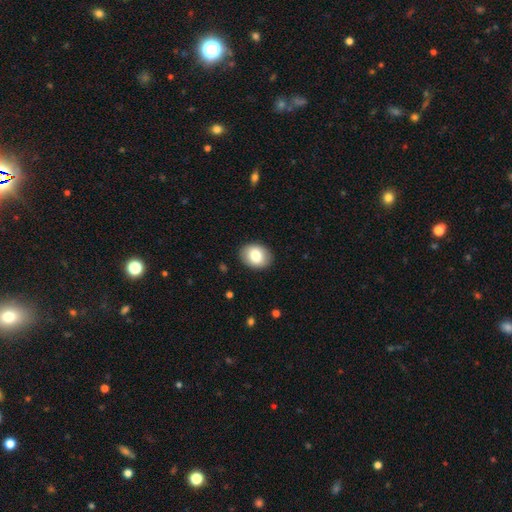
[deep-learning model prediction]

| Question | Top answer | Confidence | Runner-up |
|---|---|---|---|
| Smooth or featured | smooth | 81% | featured or disk (12%) |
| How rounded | in between | 64% | round (35%) |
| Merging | none | 88% | minor disturbance (8%) |